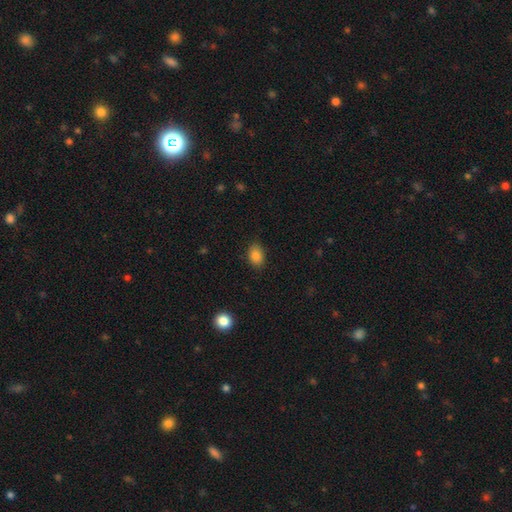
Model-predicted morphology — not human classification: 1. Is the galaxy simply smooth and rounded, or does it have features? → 85% smooth, 9% star or artifact, 6% featured or disk.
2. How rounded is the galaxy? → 79% in between, 20% round, 1% cigar-shaped.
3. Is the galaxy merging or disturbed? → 85% none, 12% minor disturbance, 2% major disturbance, 1% merger.